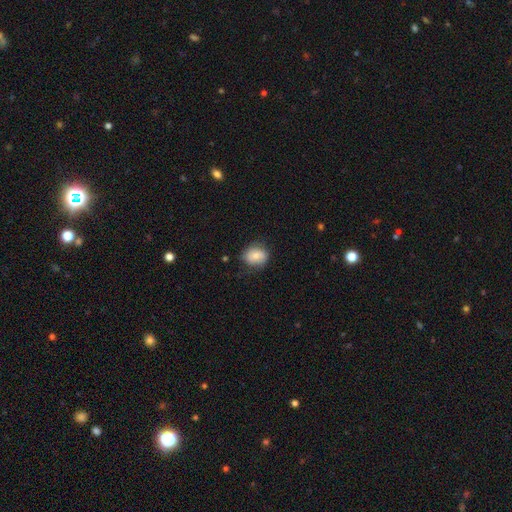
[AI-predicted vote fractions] The model was most divided on "how rounded": round: 62%, in between: 37%, cigar-shaped: 1%. More confident: smooth or featured — smooth (73%); merging — none (71%).